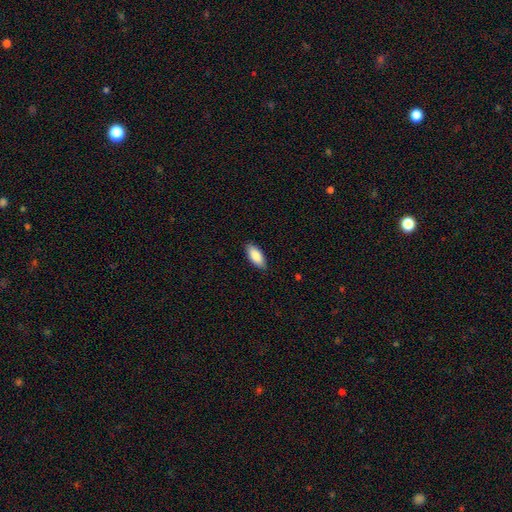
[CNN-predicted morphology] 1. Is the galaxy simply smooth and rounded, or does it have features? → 87% smooth, 7% featured or disk, 6% star or artifact.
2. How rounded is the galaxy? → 86% in between, 12% cigar-shaped, 2% round.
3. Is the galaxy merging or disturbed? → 86% none, 11% minor disturbance, 2% major disturbance, 1% merger.